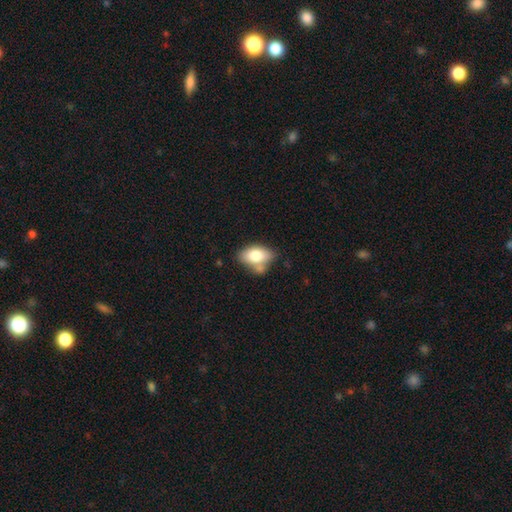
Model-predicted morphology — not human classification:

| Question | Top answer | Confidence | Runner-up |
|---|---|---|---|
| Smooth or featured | smooth | 76% | featured or disk (16%) |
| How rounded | in between | 89% | round (9%) |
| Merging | none | 55% | minor disturbance (20%) |